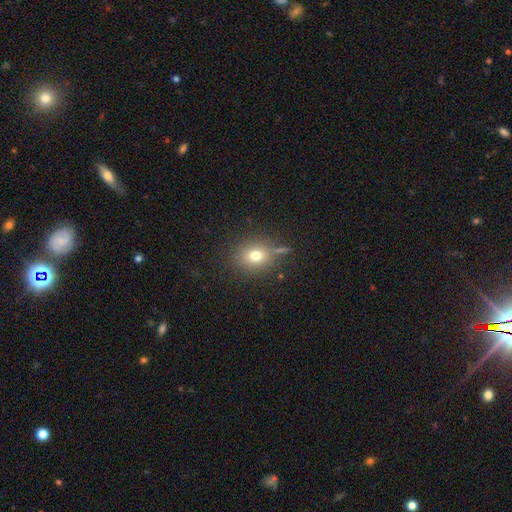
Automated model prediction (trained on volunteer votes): Smooth or featured? Predicted: smooth (p=0.73). How rounded? Predicted: round (p=0.61). Merging? Predicted: none (p=0.76).